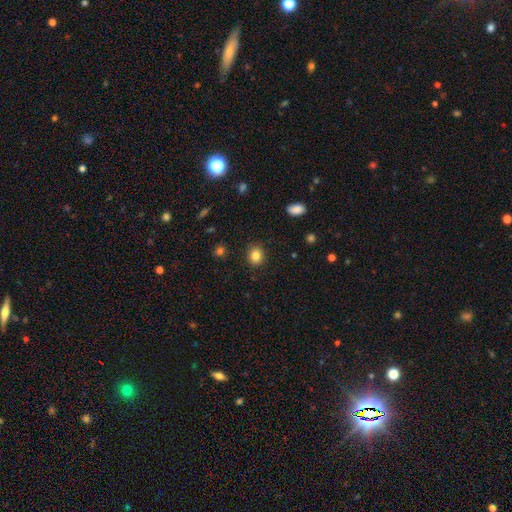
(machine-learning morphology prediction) Overall: smooth (84%). How rounded: round (74%). Merging: none (90%).